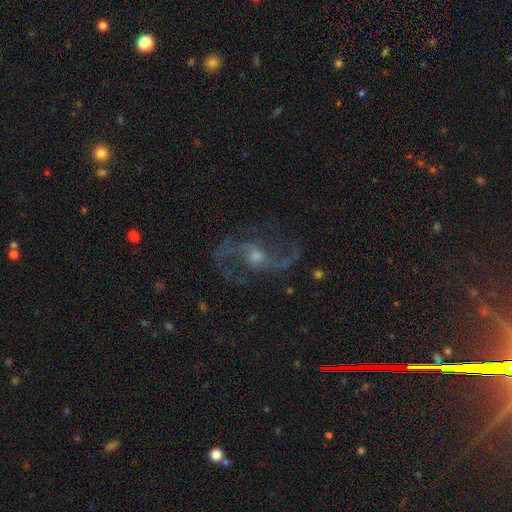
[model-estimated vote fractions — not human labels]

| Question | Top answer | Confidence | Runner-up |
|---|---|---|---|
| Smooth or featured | featured or disk | 88% | star or artifact (7%) |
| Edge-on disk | no | 97% | yes (3%) |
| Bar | no | 54% | weak (36%) |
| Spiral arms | yes | 96% | no (4%) |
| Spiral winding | loose | 62% | medium (33%) |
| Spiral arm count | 2 | 90% | can't tell (3%) |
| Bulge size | moderate | 48% | small (40%) |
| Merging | none | 70% | minor disturbance (14%) |